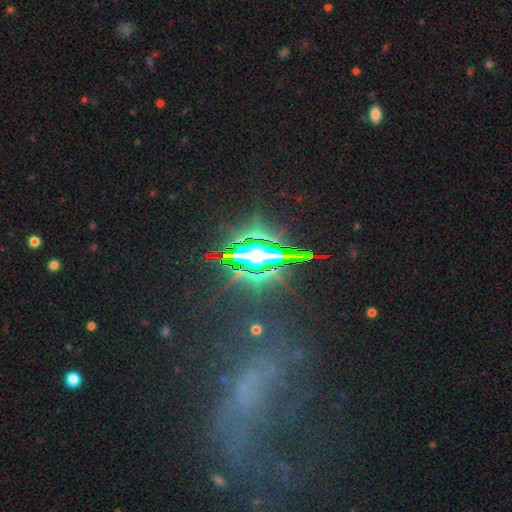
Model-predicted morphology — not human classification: Smooth or featured? Predicted: star or artifact (p=0.76).